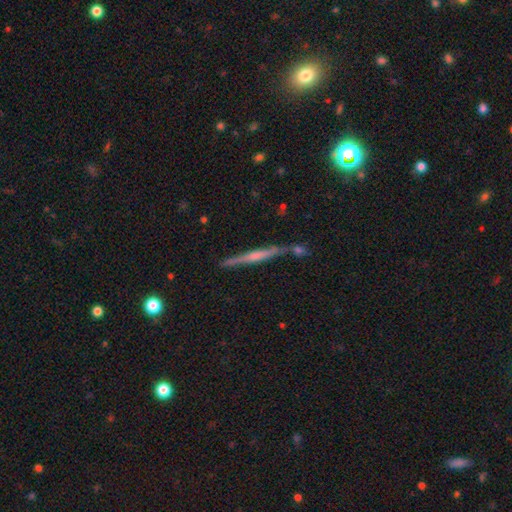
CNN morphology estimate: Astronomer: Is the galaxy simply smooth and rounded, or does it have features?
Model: featured or disk — 72%.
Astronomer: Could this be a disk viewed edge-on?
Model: yes — 97%.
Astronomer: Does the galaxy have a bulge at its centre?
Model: rounded — 72%.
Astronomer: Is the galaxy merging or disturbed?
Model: none — 85%.